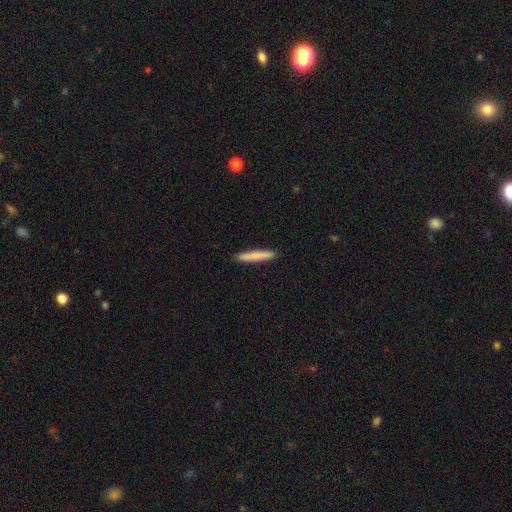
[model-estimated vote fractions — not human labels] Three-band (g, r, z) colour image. It shows a smooth galaxy with no disk features (82%) that is cigar-shaped (95%). Merging: none (91%).